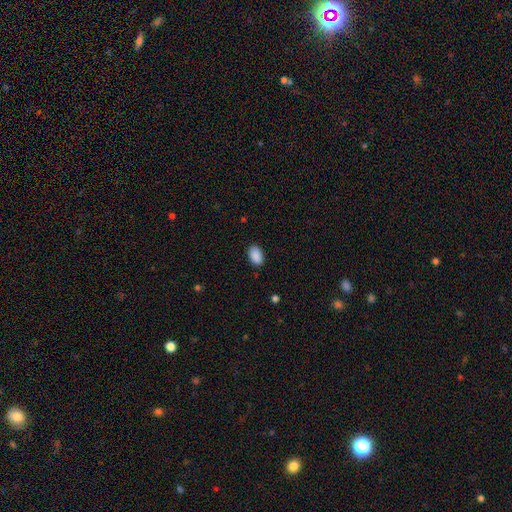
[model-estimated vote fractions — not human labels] This appears to be a smooth galaxy with no disk features (90%) that is in between round and cigar-shaped (91%). Merging: none (87%).